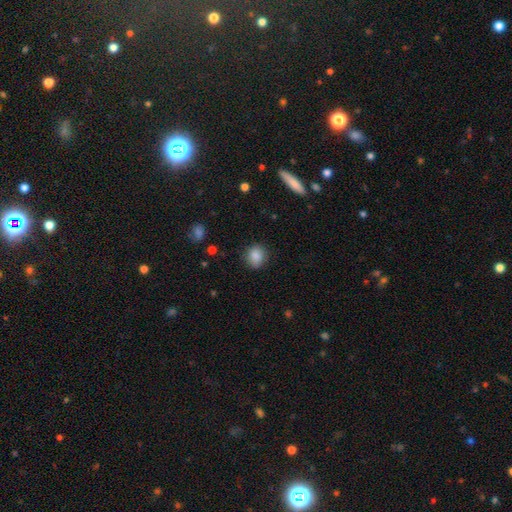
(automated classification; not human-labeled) Smooth or featured?
  - smooth: 86% *
  - star or artifact: 9%
  - featured or disk: 5%
How rounded?
  - round: 74% *
  - in between: 25%
  - cigar-shaped: 1%
Merging?
  - none: 82% *
  - minor disturbance: 14%
  - major disturbance: 3%
  - merger: 1%